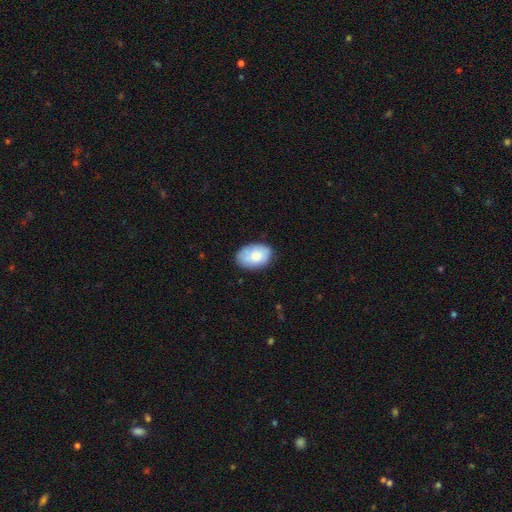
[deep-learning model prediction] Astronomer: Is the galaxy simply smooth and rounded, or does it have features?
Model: smooth — 82%.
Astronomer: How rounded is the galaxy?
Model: in between — 88%.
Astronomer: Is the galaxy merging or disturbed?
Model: none — 77%.